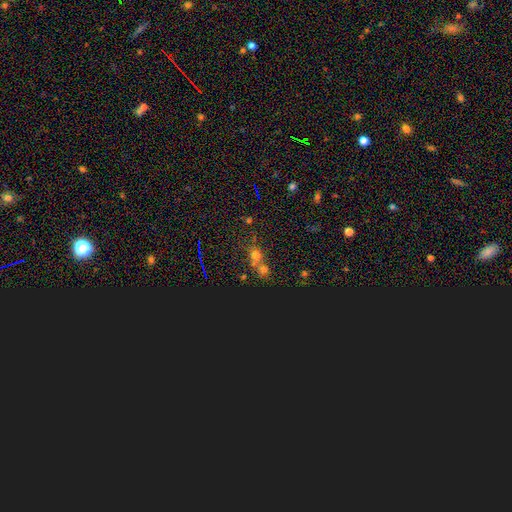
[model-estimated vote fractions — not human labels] smooth_or_featured: smooth (p=0.50) [alt: star or artifact p=0.36]
merging: merger (p=0.54) [alt: none p=0.37]